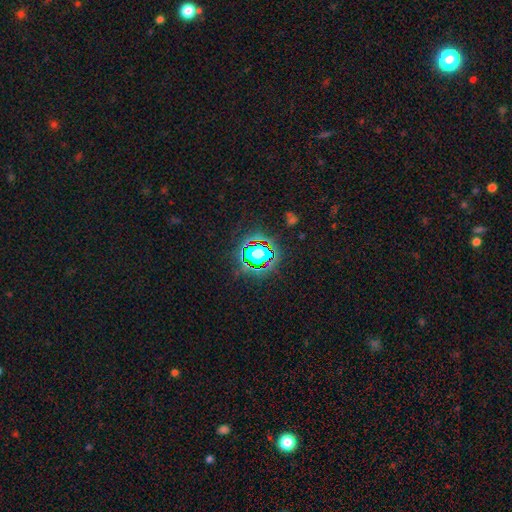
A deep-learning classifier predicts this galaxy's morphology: Smooth or featured?
  - star or artifact: 67% *
  - smooth: 21%
  - featured or disk: 12%